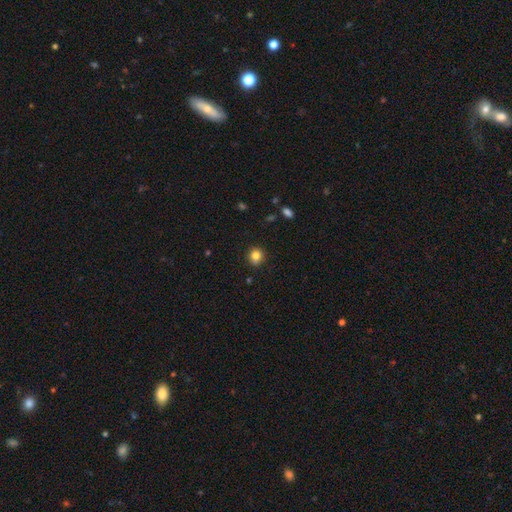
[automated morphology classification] A smooth galaxy with no disk features (83%) that is round (85%).

Vote fractions:
- Smooth or featured? smooth: 83% / star or artifact: 11% / featured or disk: 5%
- How rounded? round: 85% / in between: 14% / cigar-shaped: 1%
- Merging? none: 86% / minor disturbance: 11% / major disturbance: 2% / merger: 1%